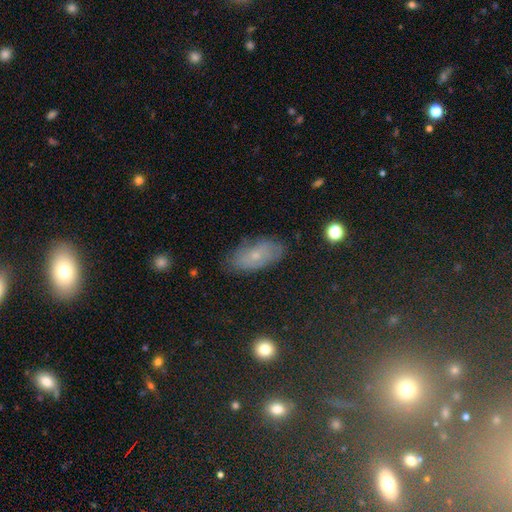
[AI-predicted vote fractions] Smooth or featured: smooth — 57% (featured or disk — 32%)
How rounded: in between — 90% (cigar-shaped — 6%)
Merging: none — 74% (minor disturbance — 19%)